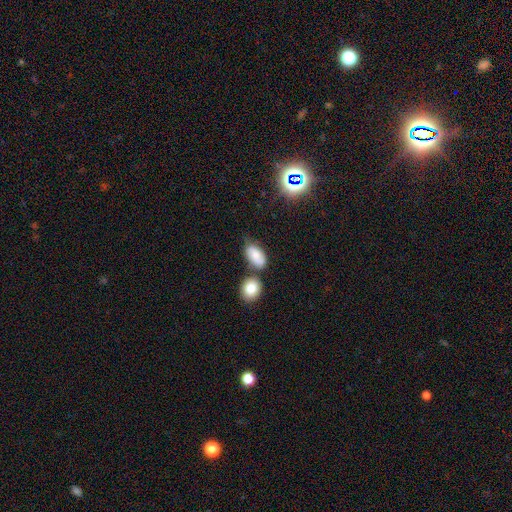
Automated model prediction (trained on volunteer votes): This appears to be a smooth galaxy with no disk features (76%) that is in between round and cigar-shaped (90%). Merging: none (49%).